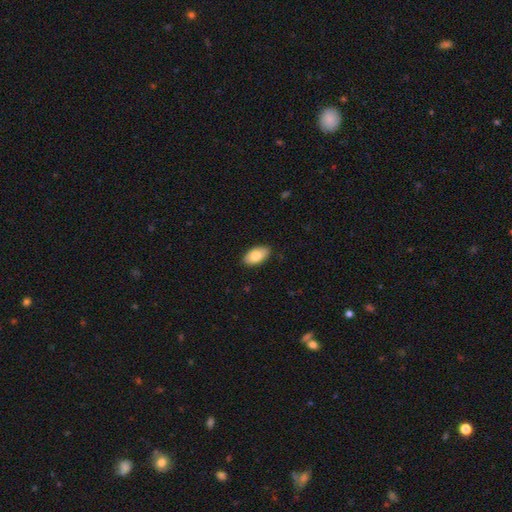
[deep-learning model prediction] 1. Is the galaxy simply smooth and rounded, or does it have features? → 79% smooth, 14% featured or disk, 6% star or artifact.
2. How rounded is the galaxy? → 94% in between, 3% round, 2% cigar-shaped.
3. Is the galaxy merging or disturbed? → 89% none, 9% minor disturbance, 2% major disturbance, 1% merger.